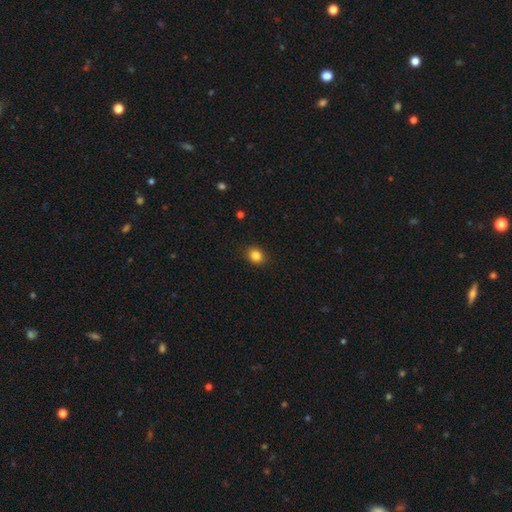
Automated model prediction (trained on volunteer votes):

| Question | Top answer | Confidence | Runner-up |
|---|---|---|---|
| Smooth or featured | smooth | 84% | star or artifact (11%) |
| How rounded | round | 65% | in between (35%) |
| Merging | none | 89% | minor disturbance (7%) |